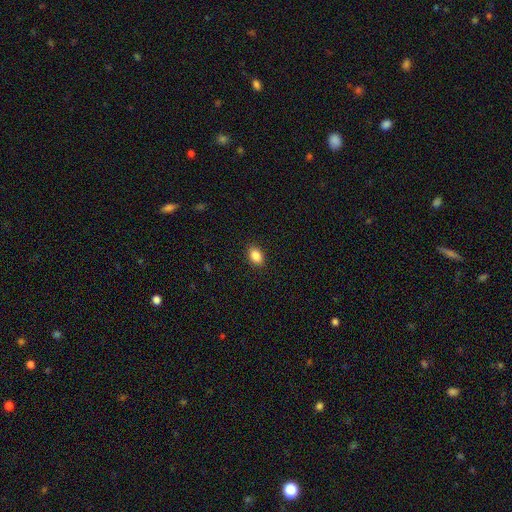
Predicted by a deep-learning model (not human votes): This appears to be a smooth galaxy with no disk features (87%) that is in between round and cigar-shaped (82%). Merging: none (90%).